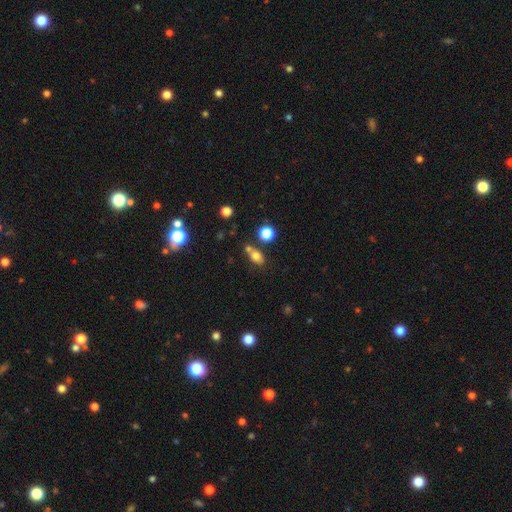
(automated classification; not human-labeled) Smooth or featured? smooth (76%)
How rounded? in between (71%)
Merging? none (55%)